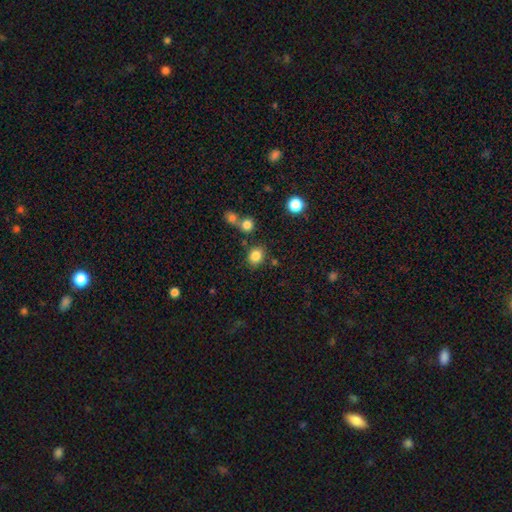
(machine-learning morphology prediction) This appears to be a smooth galaxy with no disk features (83%) that is round (67%). Merging: none (80%).